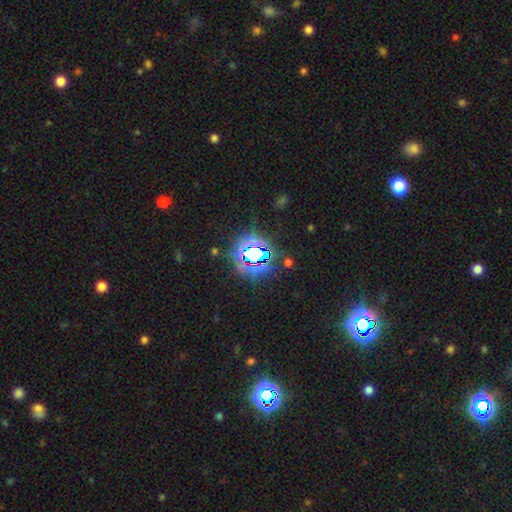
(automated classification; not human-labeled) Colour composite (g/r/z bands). It shows a star or artifact, not a galaxy (75%).